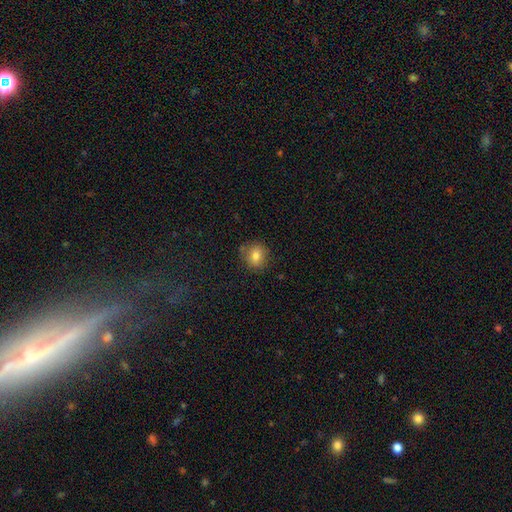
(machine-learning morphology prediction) smooth_or_featured: smooth (p=0.79) [alt: star or artifact p=0.11]
how_rounded: round (p=0.74) [alt: in between p=0.25]
merging: none (p=0.80) [alt: minor disturbance p=0.14]